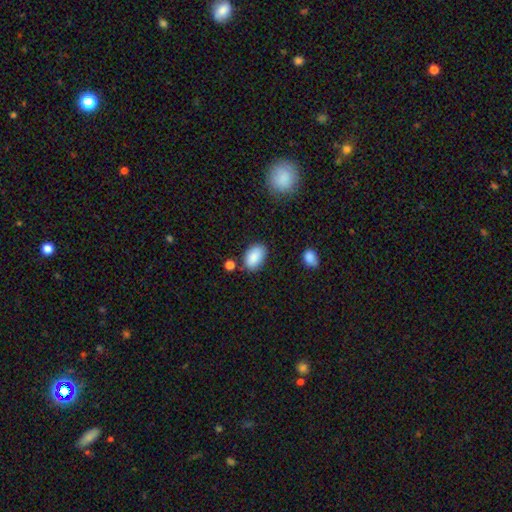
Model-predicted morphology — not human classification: Overall: smooth (88%). How rounded: in between (91%). Merging: none (76%).